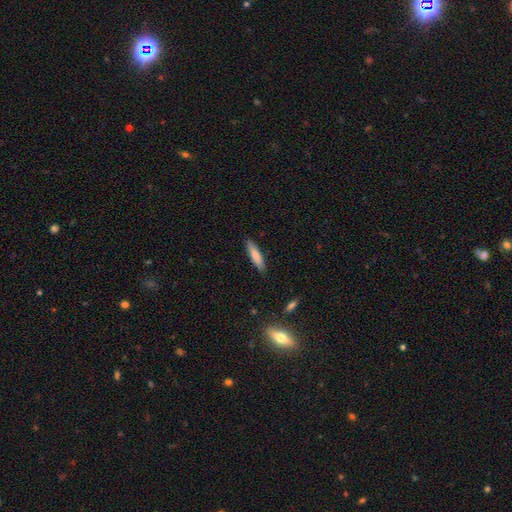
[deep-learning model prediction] Smooth or featured: smooth — 74% (featured or disk — 19%)
How rounded: cigar-shaped — 78% (in between — 20%)
Merging: none — 89% (minor disturbance — 9%)